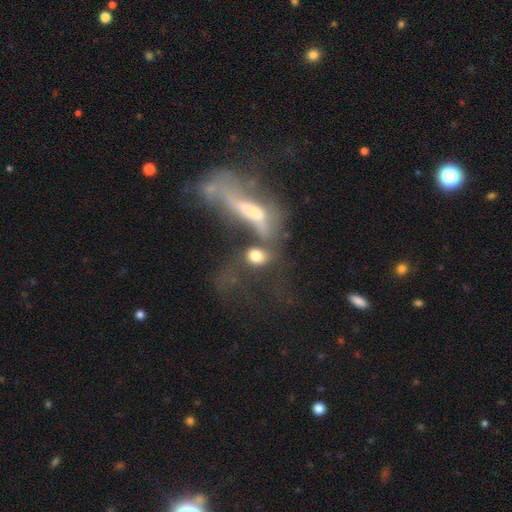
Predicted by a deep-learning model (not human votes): A smooth galaxy with no disk features (64%) that is in between round and cigar-shaped (58%).

Vote fractions:
- Smooth or featured? smooth: 64% / featured or disk: 24% / star or artifact: 12%
- How rounded? in between: 58% / round: 34% / cigar-shaped: 8%
- Merging? merger: 48% / none: 25% / major disturbance: 16% / minor disturbance: 11%